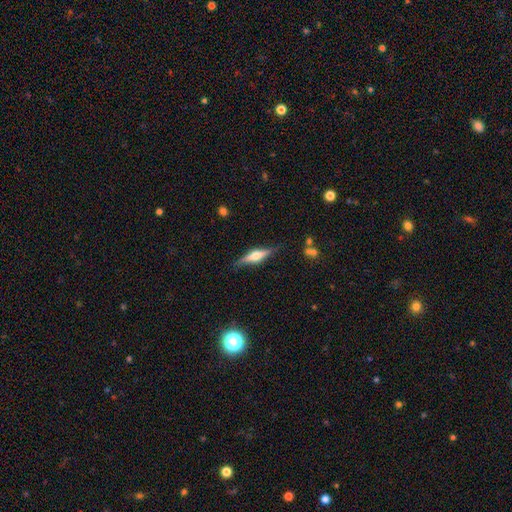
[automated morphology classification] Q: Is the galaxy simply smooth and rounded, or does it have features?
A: featured or disk — 68%.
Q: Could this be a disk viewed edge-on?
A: yes — 96%.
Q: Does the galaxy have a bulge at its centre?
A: rounded — 89%.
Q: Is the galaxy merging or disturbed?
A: none — 84%.